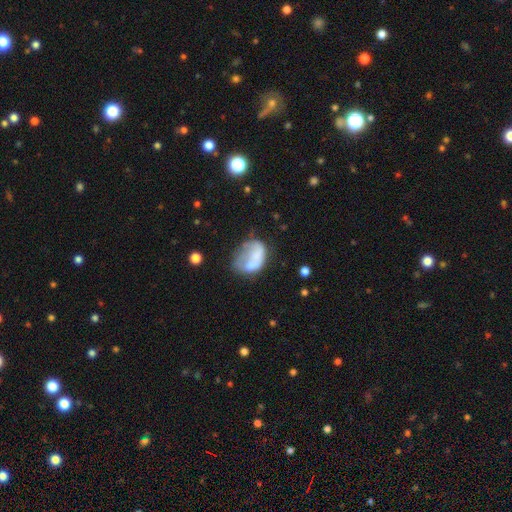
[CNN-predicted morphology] type=smooth (50%); merging=major disturbance (33%).